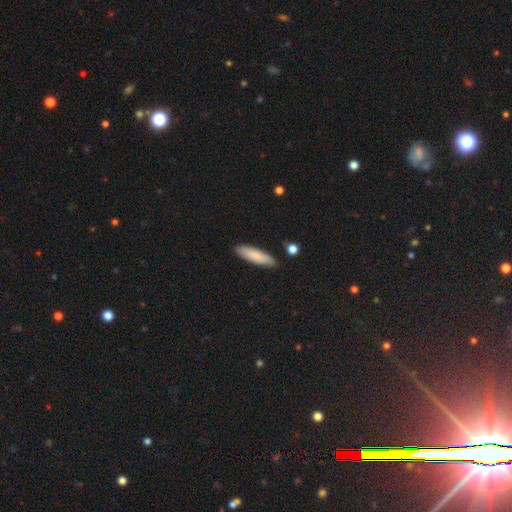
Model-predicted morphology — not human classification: Overall: smooth (83%). How rounded: cigar-shaped (66%; in between 33%). Merging: none (87%).